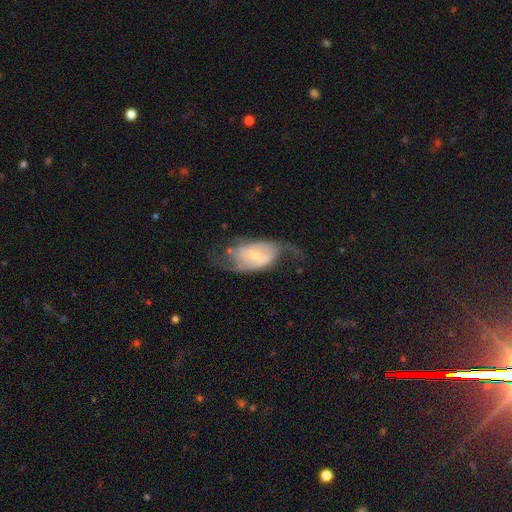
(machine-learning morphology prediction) Smooth or featured?
  - featured or disk: 75% *
  - smooth: 19%
  - star or artifact: 6%
Edge-on disk?
  - no: 95% *
  - yes: 5%
Bar?
  - no: 52% *
  - weak: 37%
  - strong: 10%
Spiral arms?
  - yes: 86% *
  - no: 14%
Spiral winding?
  - loose: 46% *
  - medium: 37%
  - tight: 18%
Spiral arm count?
  - 2: 76% *
  - can't tell: 13%
  - 1: 6%
  - 3: 3%
  - 4: 1%
  - more than 4: 1%
Bulge size?
  - small: 56% *
  - moderate: 37%
  - large: 3%
  - none: 2%
  - dominant: 1%
Merging?
  - none: 47% *
  - major disturbance: 29%
  - minor disturbance: 22%
  - merger: 2%